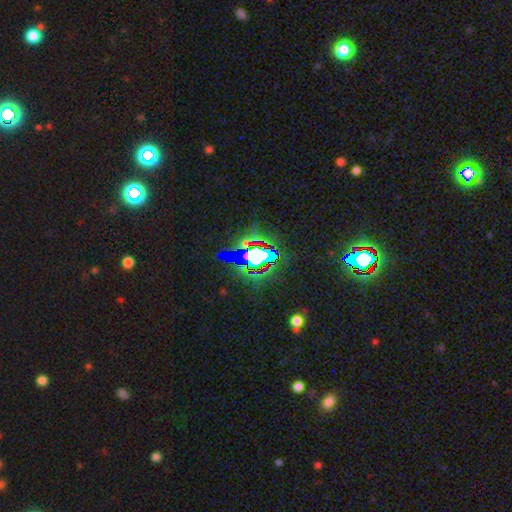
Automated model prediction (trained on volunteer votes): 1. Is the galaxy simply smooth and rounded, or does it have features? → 57% star or artifact, 22% featured or disk, 21% smooth.